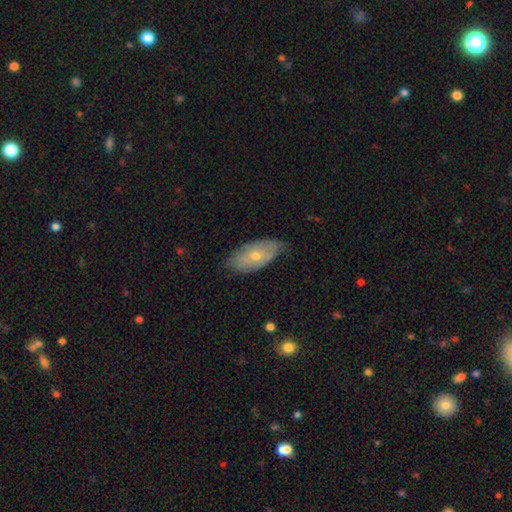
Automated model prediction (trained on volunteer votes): This appears to be a smooth galaxy with no disk features (49%). Merging: none (67%).